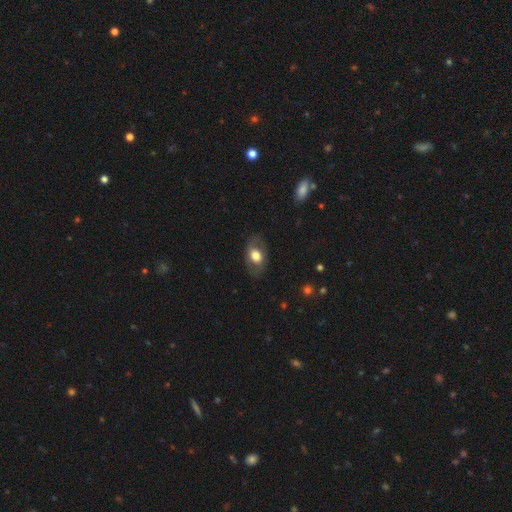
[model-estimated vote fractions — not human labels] smooth_or_featured: smooth (p=0.60) [alt: featured or disk p=0.33]
how_rounded: in between (p=0.80) [alt: round p=0.18]
merging: none (p=0.77) [alt: minor disturbance p=0.15]